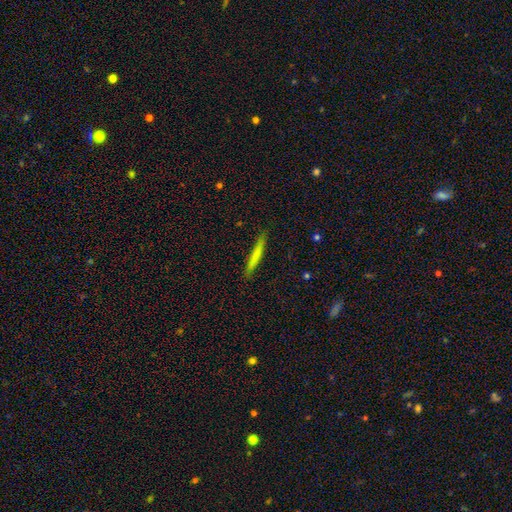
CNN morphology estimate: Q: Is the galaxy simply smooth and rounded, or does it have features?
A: smooth — 71%.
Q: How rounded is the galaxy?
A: cigar-shaped — 96%.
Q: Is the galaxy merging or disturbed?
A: none — 88%.